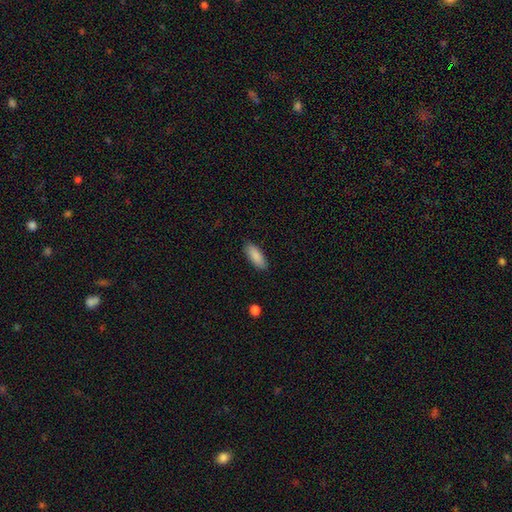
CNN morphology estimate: This is clearly a smooth galaxy (88%). How rounded: likely in between (74%). Merging: clearly none (88%).